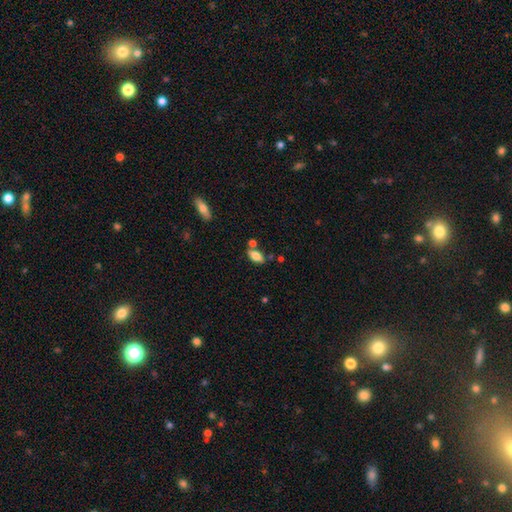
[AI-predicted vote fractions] Smooth or featured?
  - smooth: 78% *
  - featured or disk: 14%
  - star or artifact: 8%
How rounded?
  - in between: 86% *
  - cigar-shaped: 10%
  - round: 3%
Merging?
  - none: 66% *
  - merger: 16%
  - minor disturbance: 14%
  - major disturbance: 4%